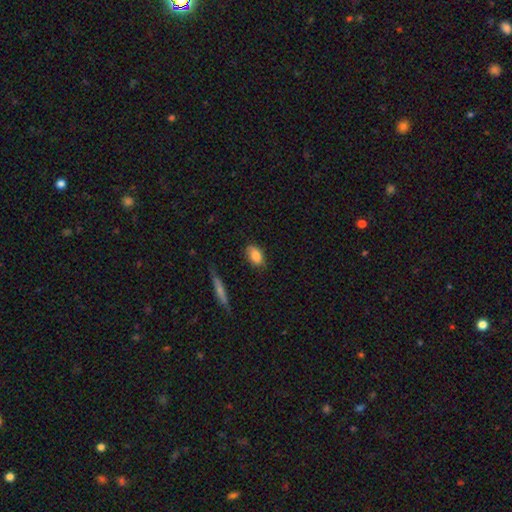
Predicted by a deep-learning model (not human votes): Smooth or featured: smooth — 82% (featured or disk — 11%)
How rounded: in between — 87% (round — 9%)
Merging: none — 74% (minor disturbance — 20%)